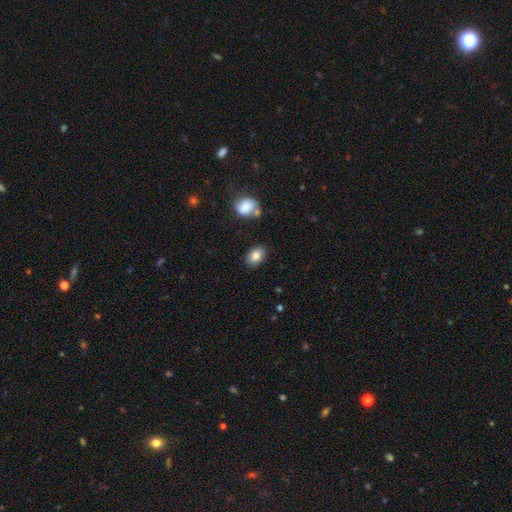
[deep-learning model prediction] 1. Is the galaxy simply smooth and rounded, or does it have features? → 85% smooth, 8% star or artifact, 7% featured or disk.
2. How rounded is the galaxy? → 84% in between, 15% round, 1% cigar-shaped.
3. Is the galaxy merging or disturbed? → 83% none, 11% minor disturbance, 3% merger, 3% major disturbance.